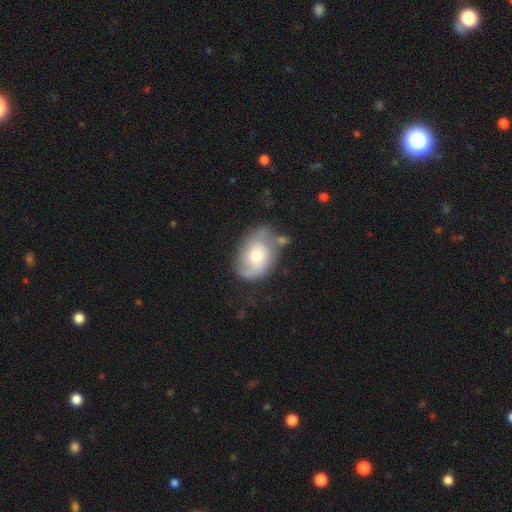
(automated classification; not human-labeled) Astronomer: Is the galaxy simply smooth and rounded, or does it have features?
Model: featured or disk — 65%.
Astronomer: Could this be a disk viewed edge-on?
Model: no — 97%.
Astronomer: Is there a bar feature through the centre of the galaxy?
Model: no — 70%.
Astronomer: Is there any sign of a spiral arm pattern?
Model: yes — 87%.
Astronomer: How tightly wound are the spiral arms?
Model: medium — 43% (runner-up: loose, 30%).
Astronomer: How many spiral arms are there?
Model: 2 — 73%.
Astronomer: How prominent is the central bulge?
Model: moderate — 64%.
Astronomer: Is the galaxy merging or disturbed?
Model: none — 56%.